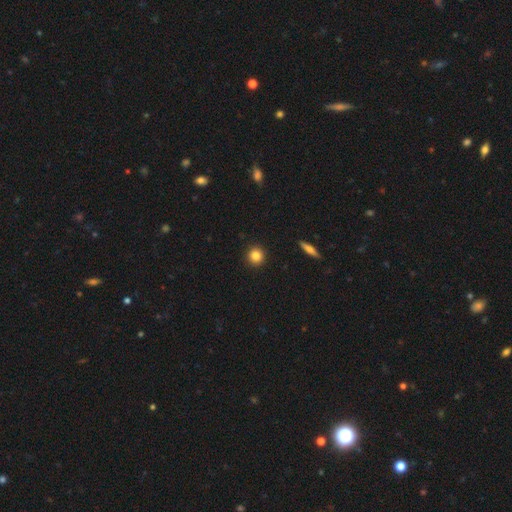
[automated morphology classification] A smooth galaxy with no disk features (83%) that is round (93%). Merging: none (93%).